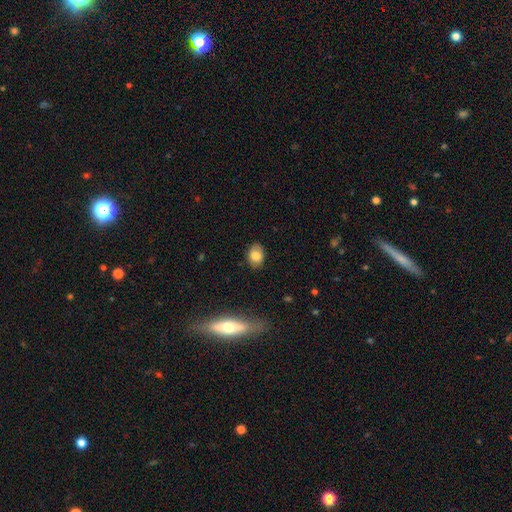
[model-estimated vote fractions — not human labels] This appears to be a smooth galaxy with no disk features (79%) that is in between round and cigar-shaped (74%). Merging: none (81%).